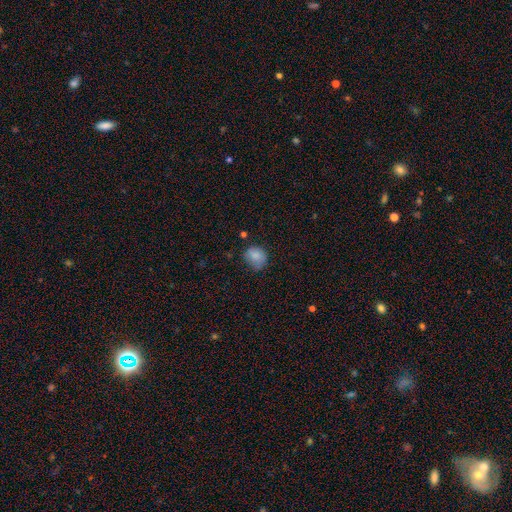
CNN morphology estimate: type=smooth (82%); roundness=round (62%); merging=none (58%).